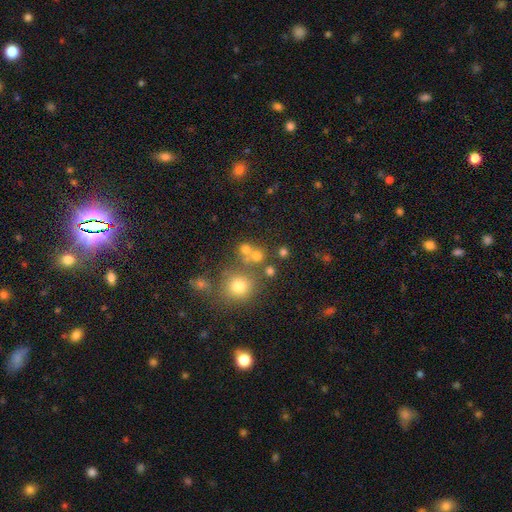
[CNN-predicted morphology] Overall: smooth (68%). How rounded: round (86%). Merging: none (59%; merger 27%).